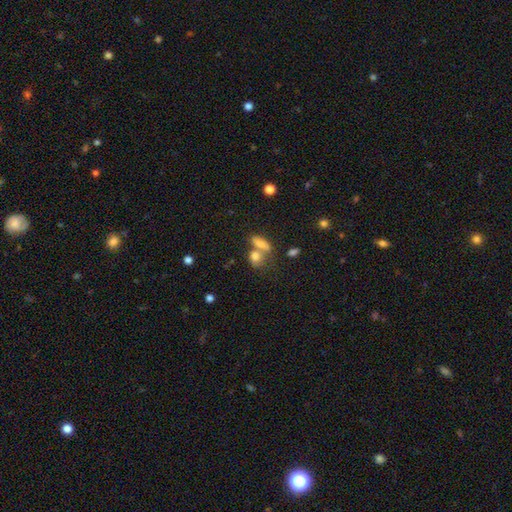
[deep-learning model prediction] Q: Smooth or featured?
A: smooth (74%); runner-up: featured or disk (13%)
Q: How rounded?
A: in between (61%); runner-up: round (29%)
Q: Merging?
A: merger (44%); runner-up: none (40%)